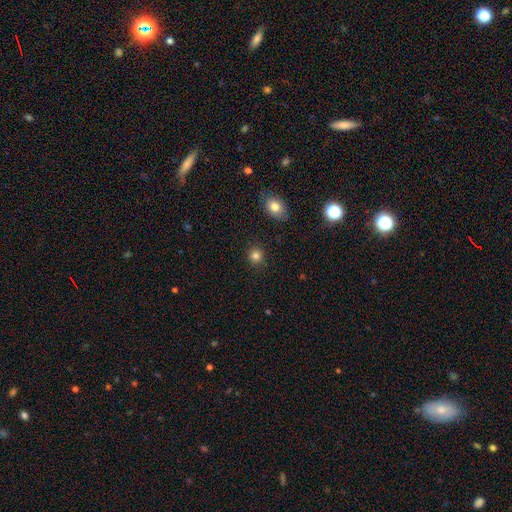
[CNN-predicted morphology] Smooth or featured? Predicted: smooth (p=0.83). How rounded? Predicted: round (p=0.89). Merging? Predicted: none (p=0.90).